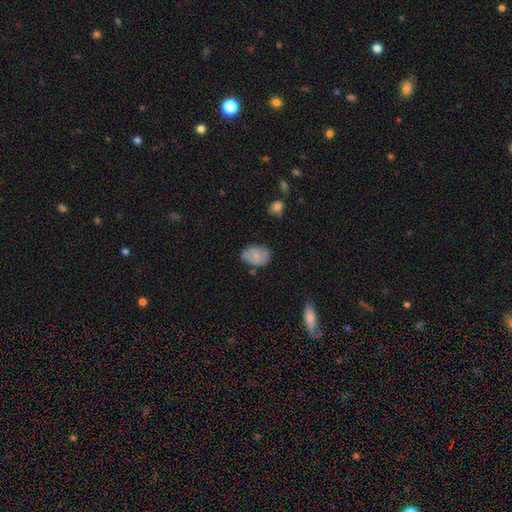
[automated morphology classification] smooth-or-featured: smooth: 63% | featured or disk: 29% | star or artifact: 7%
  how-rounded: in between: 81% | round: 18% | cigar-shaped: 1%
  merging: none: 63% | minor disturbance: 27% | major disturbance: 6% | merger: 3%